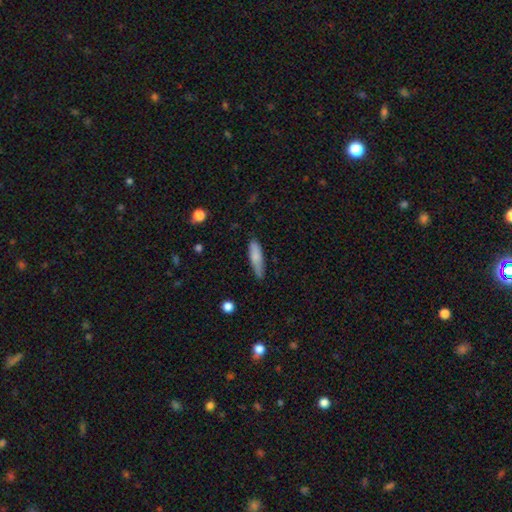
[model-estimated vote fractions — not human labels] smooth_or_featured: smooth (p=0.79) [alt: featured or disk p=0.15]
how_rounded: cigar-shaped (p=0.69) [alt: in between p=0.29]
merging: none (p=0.73) [alt: minor disturbance p=0.21]